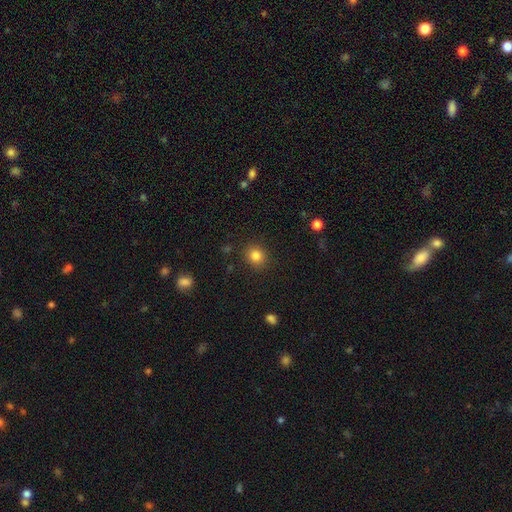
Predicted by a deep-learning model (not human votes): Morphology: type=smooth (83%); roundness=round (81%); merging=none (89%).